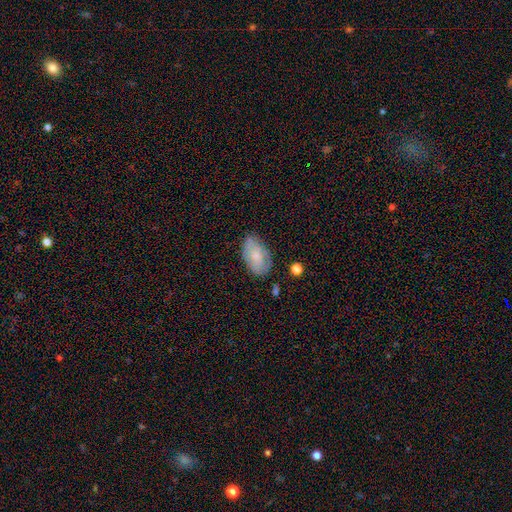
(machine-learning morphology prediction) This appears to be a smooth galaxy with no disk features (59%) that is in between round and cigar-shaped (92%). Merging: none (71%).